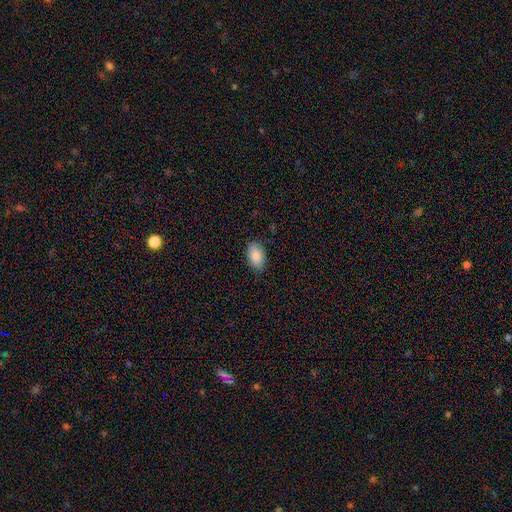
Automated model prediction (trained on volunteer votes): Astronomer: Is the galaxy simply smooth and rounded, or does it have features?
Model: smooth — 87%.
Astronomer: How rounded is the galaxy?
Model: in between — 92%.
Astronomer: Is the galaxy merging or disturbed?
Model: none — 86%.